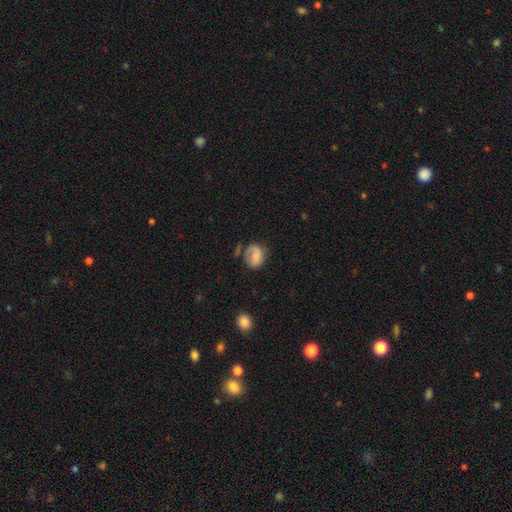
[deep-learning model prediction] A smooth galaxy with no disk features (61%) that is in between round and cigar-shaped (52%).

Vote fractions:
- Smooth or featured? smooth: 61% / featured or disk: 30% / star or artifact: 9%
- How rounded? in between: 52% / round: 47% / cigar-shaped: 1%
- Merging? none: 50% / minor disturbance: 27% / major disturbance: 17% / merger: 6%